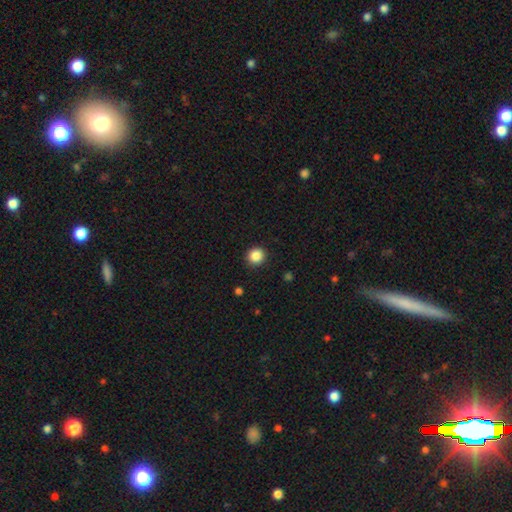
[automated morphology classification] Smooth or featured? smooth (87%)
How rounded? round (93%)
Merging? none (91%)